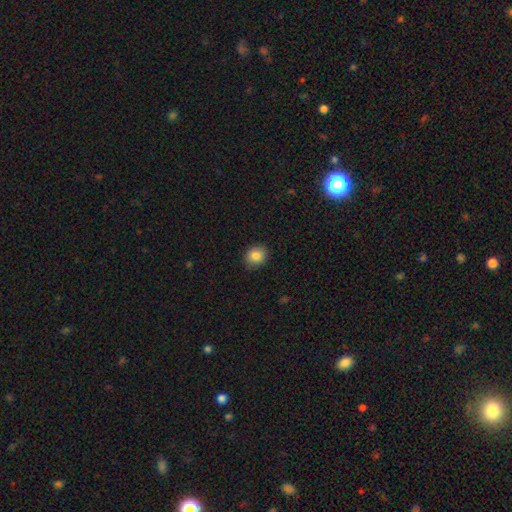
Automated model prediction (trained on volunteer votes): Smooth or featured? smooth (85%)
How rounded? round (77%)
Merging? none (88%)